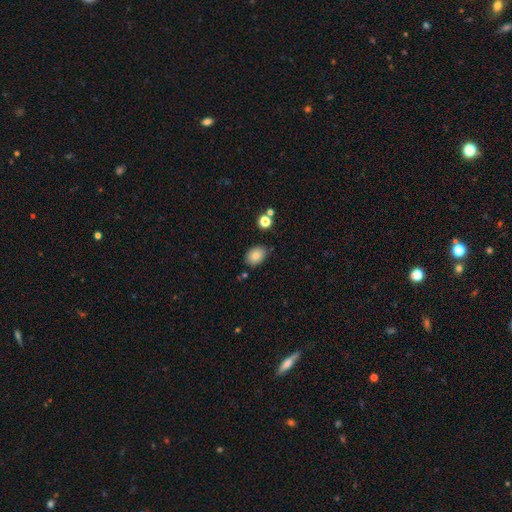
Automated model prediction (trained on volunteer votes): smooth_or_featured: smooth (p=0.81) [alt: star or artifact p=0.10]
how_rounded: in between (p=0.72) [alt: round p=0.27]
merging: none (p=0.81) [alt: minor disturbance p=0.13]